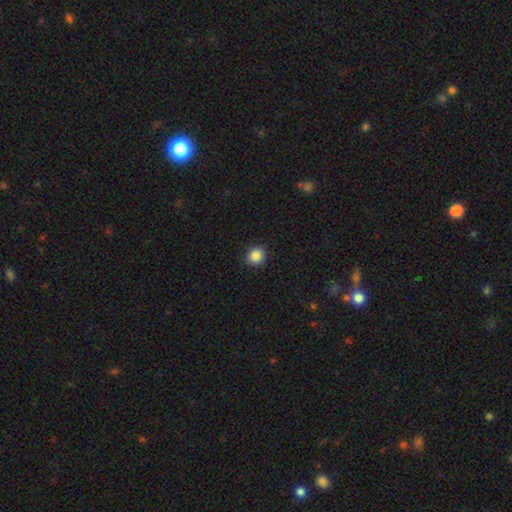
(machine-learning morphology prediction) smooth_or_featured: smooth (p=0.85) [alt: star or artifact p=0.10]
how_rounded: round (p=0.86) [alt: in between p=0.13]
merging: none (p=0.91) [alt: minor disturbance p=0.06]